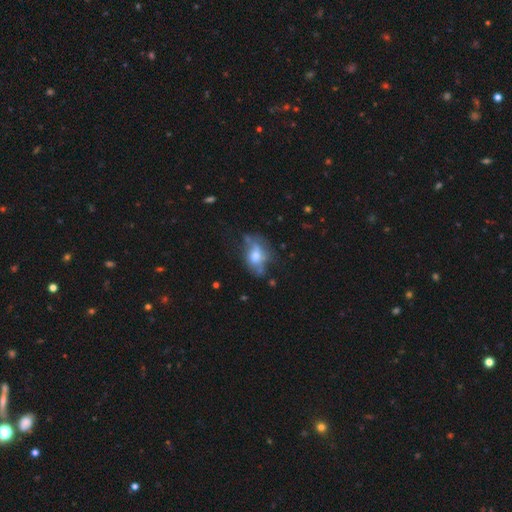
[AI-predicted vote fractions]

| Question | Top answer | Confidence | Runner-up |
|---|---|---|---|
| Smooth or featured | featured or disk | 46% | smooth (43%) |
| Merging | none | 45% | minor disturbance (28%) |